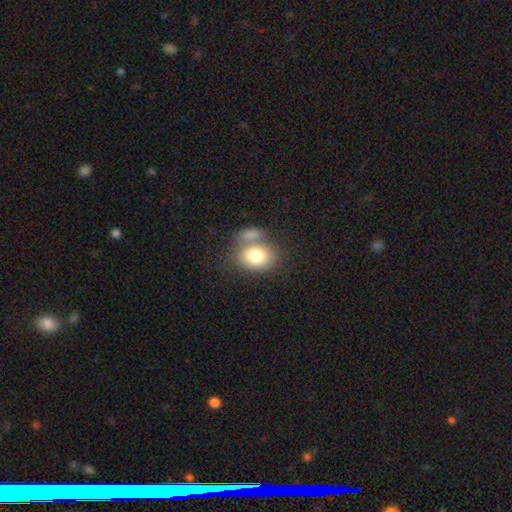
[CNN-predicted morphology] type=smooth (79%); roundness=in between (64%); merging=none (46%).